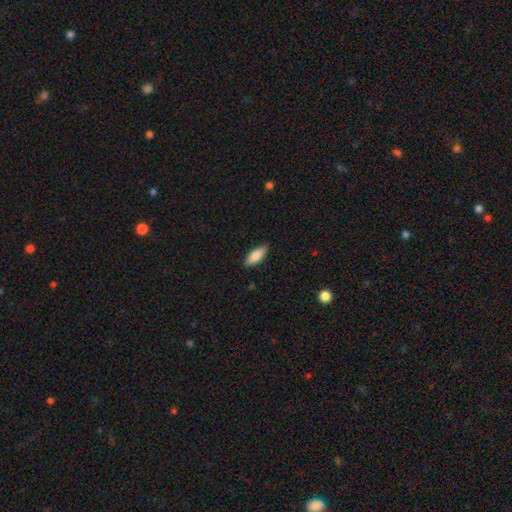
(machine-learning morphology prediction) Smooth or featured? smooth (84%)
How rounded? in between (70%)
Merging? none (88%)